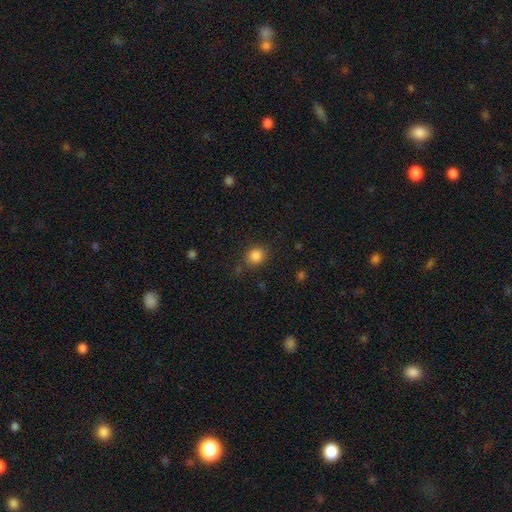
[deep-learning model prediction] Smooth or featured?
  - smooth: 85% *
  - star or artifact: 11%
  - featured or disk: 4%
How rounded?
  - round: 77% *
  - in between: 22%
  - cigar-shaped: 1%
Merging?
  - none: 81% *
  - minor disturbance: 13%
  - major disturbance: 4%
  - merger: 3%